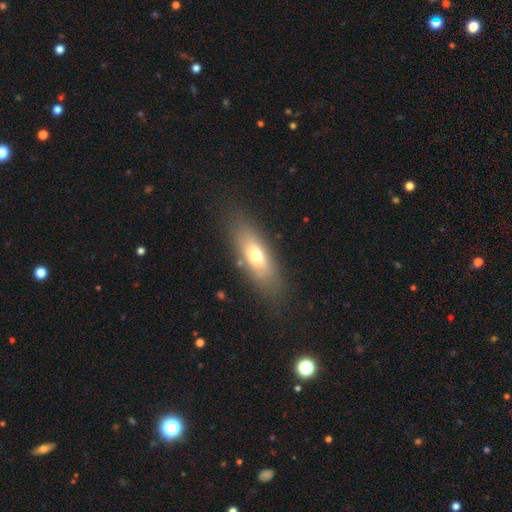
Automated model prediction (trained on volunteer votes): smooth-or-featured: smooth: 64% | featured or disk: 27% | star or artifact: 9%
  how-rounded: in between: 65% | cigar-shaped: 31% | round: 4%
  merging: none: 79% | minor disturbance: 13% | major disturbance: 6% | merger: 2%